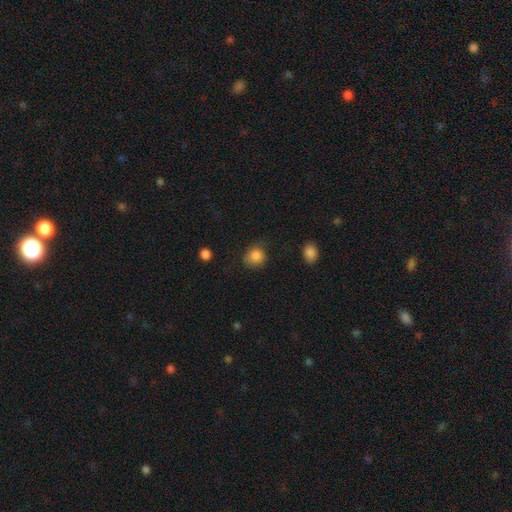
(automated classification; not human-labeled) Q: Smooth or featured?
A: smooth (86%); runner-up: star or artifact (10%)
Q: How rounded?
A: round (76%); runner-up: in between (23%)
Q: Merging?
A: none (66%); runner-up: minor disturbance (25%)